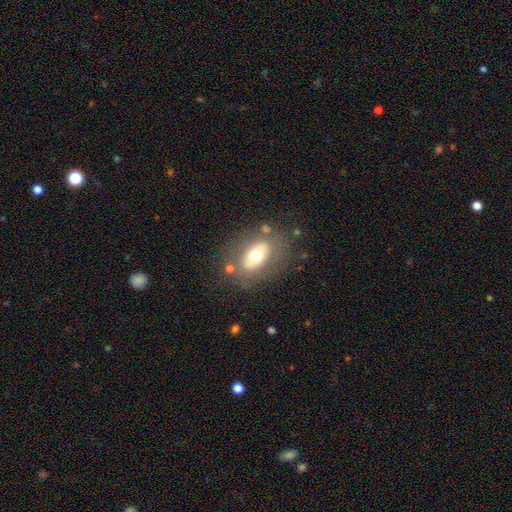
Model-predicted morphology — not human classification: Q: Smooth or featured?
A: smooth (53%); runner-up: featured or disk (38%)
Q: How rounded?
A: in between (82%); runner-up: round (15%)
Q: Merging?
A: none (70%); runner-up: minor disturbance (15%)